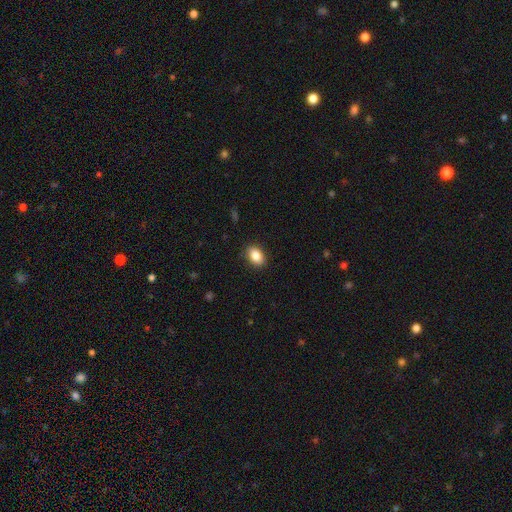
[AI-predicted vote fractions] Smooth or featured?
  - smooth: 87% *
  - star or artifact: 8%
  - featured or disk: 5%
How rounded?
  - in between: 84% *
  - round: 15%
  - cigar-shaped: 1%
Merging?
  - none: 89% *
  - minor disturbance: 8%
  - major disturbance: 2%
  - merger: 1%